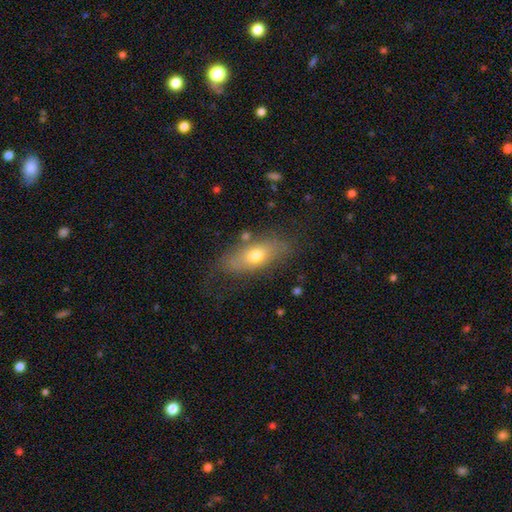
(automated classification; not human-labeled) The model was most divided on "smooth or featured": smooth: 62%, featured or disk: 30%, star or artifact: 8%. More confident: how rounded — in between (76%); merging — none (69%).